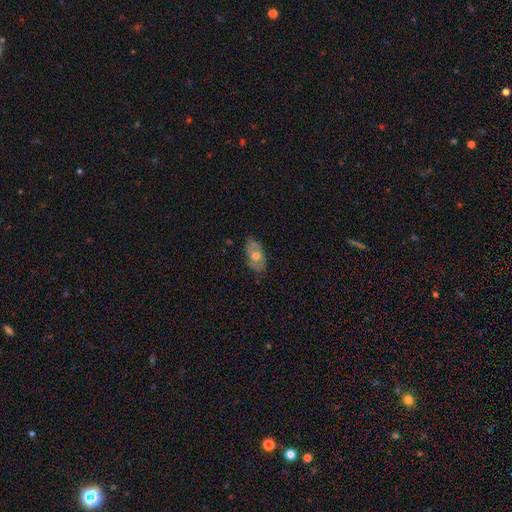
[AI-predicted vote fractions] A smooth galaxy with no disk features (49%). Merging: none (79%).